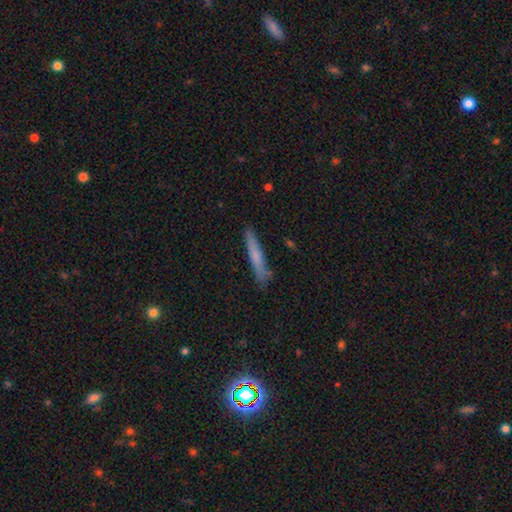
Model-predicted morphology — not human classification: A smooth galaxy with no disk features (63%) that is cigar-shaped (94%).

Vote fractions:
- Smooth or featured? smooth: 63% / featured or disk: 30% / star or artifact: 7%
- How rounded? cigar-shaped: 94% / in between: 4% / round: 1%
- Merging? none: 84% / minor disturbance: 12% / major disturbance: 2% / merger: 2%